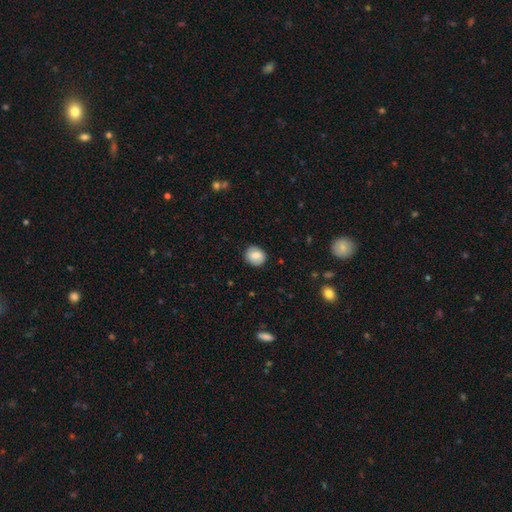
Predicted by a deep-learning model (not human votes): Morphology: type=smooth (78%); roundness=round (73%); merging=none (86%).